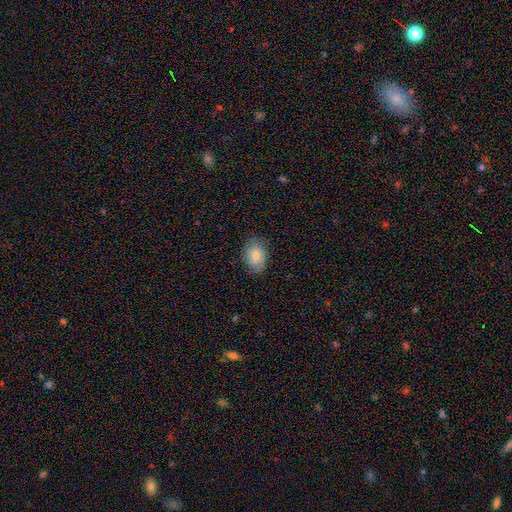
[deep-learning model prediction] A smooth galaxy with no disk features (78%) that is in between round and cigar-shaped (84%).

Vote fractions:
- Smooth or featured? smooth: 78% / featured or disk: 15% / star or artifact: 7%
- How rounded? in between: 84% / round: 15% / cigar-shaped: 1%
- Merging? none: 79% / minor disturbance: 16% / major disturbance: 4% / merger: 1%